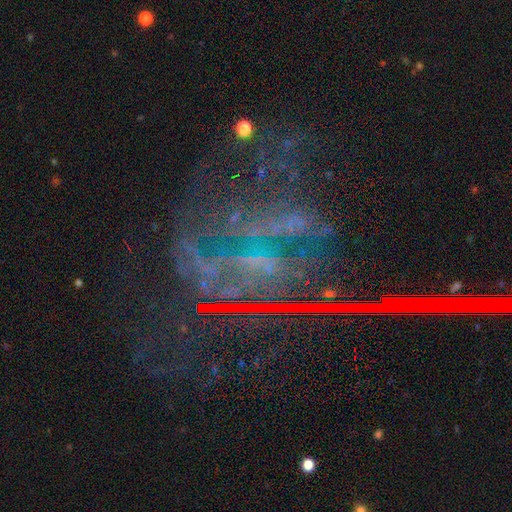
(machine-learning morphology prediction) A featured or disk galaxy (46%).

Vote fractions:
- Smooth or featured? featured or disk: 46% / star or artifact: 43% / smooth: 10%
- Merging? none: 49% / major disturbance: 30% / minor disturbance: 16% / merger: 6%